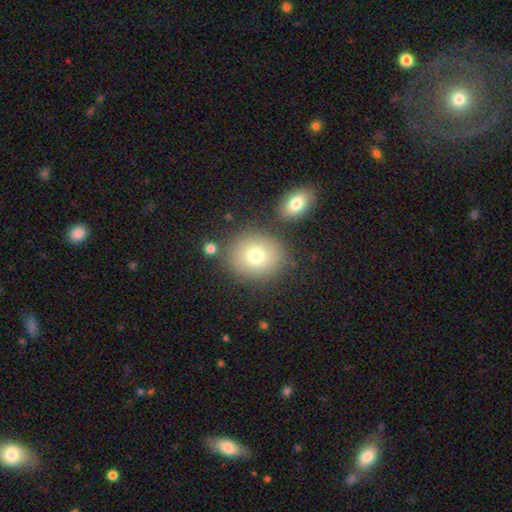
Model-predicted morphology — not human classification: smooth_or_featured: smooth (p=0.75) [alt: featured or disk p=0.13]
how_rounded: round (p=0.76) [alt: in between p=0.23]
merging: none (p=0.78) [alt: merger p=0.10]